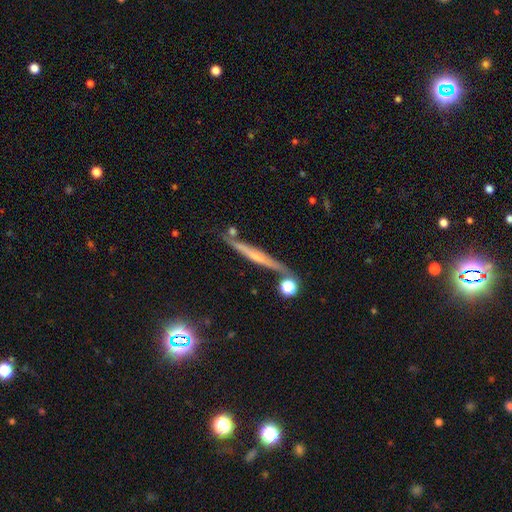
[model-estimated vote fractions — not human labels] Smooth or featured? featured or disk (63%)
Edge-on disk? yes (96%)
Edge-on bulge? none (45%)
Merging? none (79%)